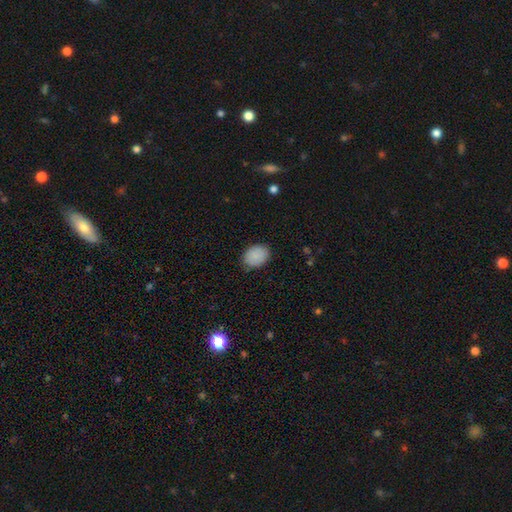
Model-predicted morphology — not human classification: Q: Smooth or featured?
A: smooth (88%); runner-up: star or artifact (7%)
Q: How rounded?
A: in between (69%); runner-up: round (30%)
Q: Merging?
A: none (83%); runner-up: minor disturbance (13%)